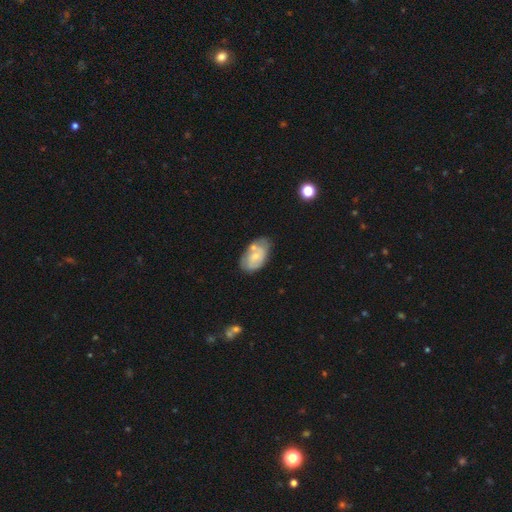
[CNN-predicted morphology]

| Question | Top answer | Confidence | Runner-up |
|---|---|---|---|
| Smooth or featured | featured or disk | 52% | smooth (42%) |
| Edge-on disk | no | 96% | yes (4%) |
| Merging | none | 52% | minor disturbance (26%) |